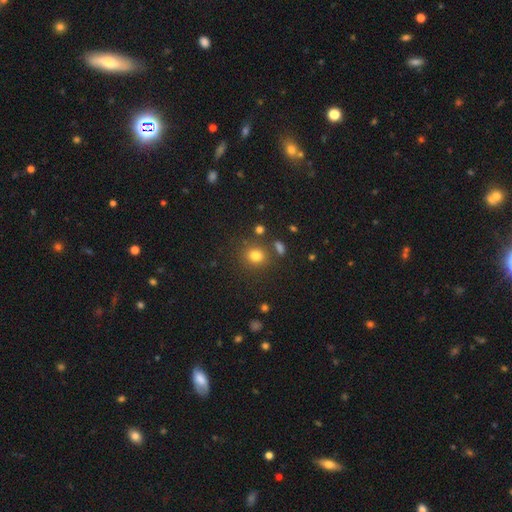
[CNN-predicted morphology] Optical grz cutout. It shows a smooth galaxy with no disk features (79%) that is round (81%). Merging: none (79%).